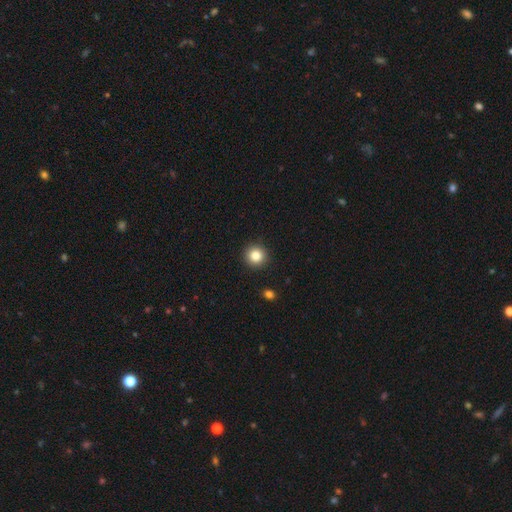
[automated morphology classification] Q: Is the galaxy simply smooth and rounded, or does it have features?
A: smooth — 84%.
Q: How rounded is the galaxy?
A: round — 95%.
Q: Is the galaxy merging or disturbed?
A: none — 92%.